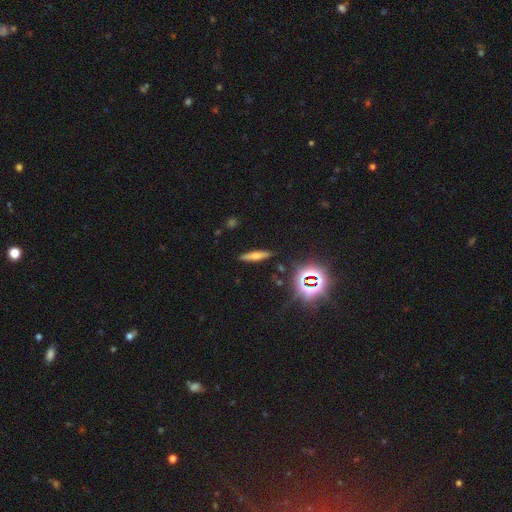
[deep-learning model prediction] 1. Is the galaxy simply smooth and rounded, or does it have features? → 48% smooth, 36% featured or disk, 16% star or artifact.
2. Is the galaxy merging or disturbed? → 87% none, 9% minor disturbance, 2% major disturbance, 2% merger.